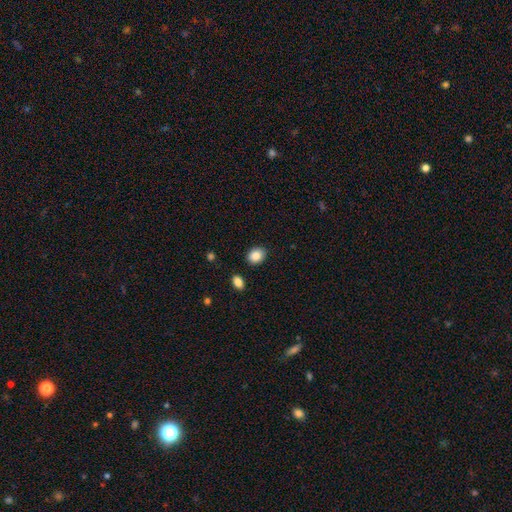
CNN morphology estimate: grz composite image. It shows a smooth galaxy with no disk features (87%) that is in between round and cigar-shaped (56%). Merging: none (88%).